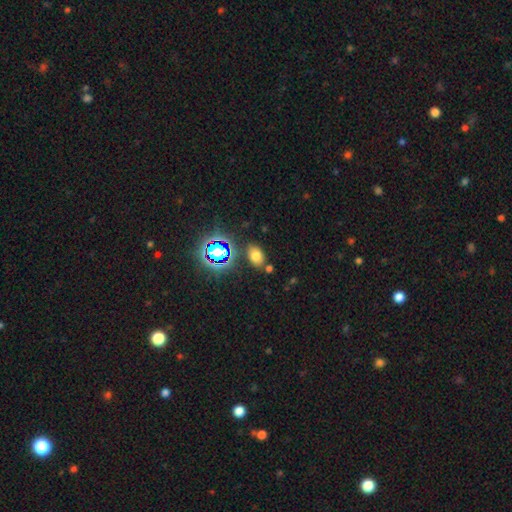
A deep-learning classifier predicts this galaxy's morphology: Smooth or featured: smooth — 64% (star or artifact — 26%)
How rounded: in between — 83% (round — 15%)
Merging: none — 78% (minor disturbance — 11%)